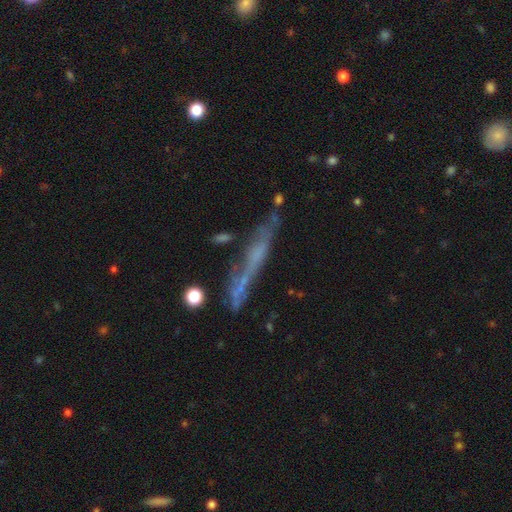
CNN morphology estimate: A featured or disk galaxy (55%) viewed edge-on (77%). Merging: none (59%).